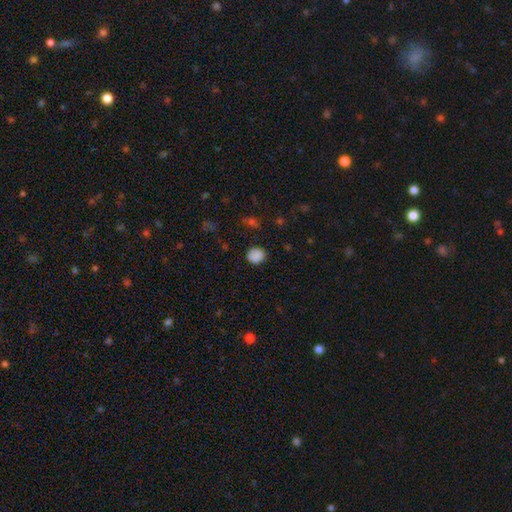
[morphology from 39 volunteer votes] Q: Smooth or featured?
A: smooth (85%); runner-up: featured or disk (8%)
Q: How rounded?
A: round (73%); runner-up: in between (27%)
Q: Merging?
A: none (89%); runner-up: minor disturbance (8%)